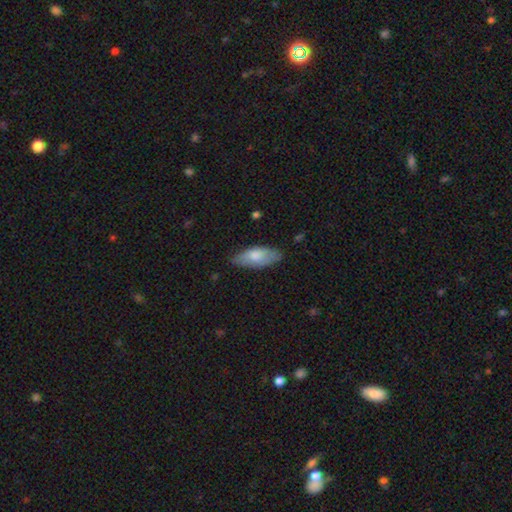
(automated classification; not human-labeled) Smooth or featured: smooth — 74% (featured or disk — 20%)
How rounded: in between — 83% (cigar-shaped — 15%)
Merging: none — 75% (minor disturbance — 21%)